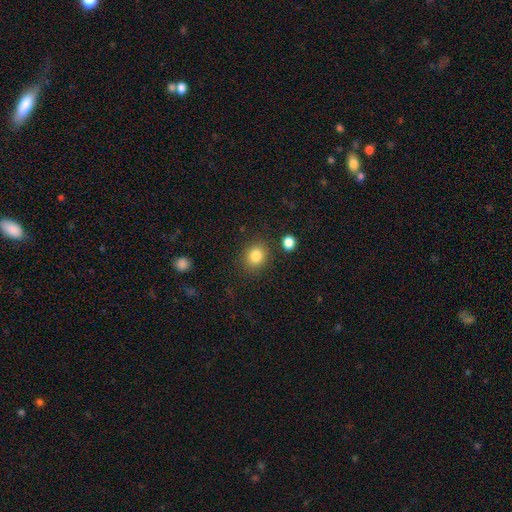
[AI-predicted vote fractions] smooth-or-featured: smooth: 84% | star or artifact: 10% | featured or disk: 5%
  how-rounded: round: 75% | in between: 24% | cigar-shaped: 1%
  merging: none: 85% | minor disturbance: 9% | merger: 3% | major disturbance: 3%